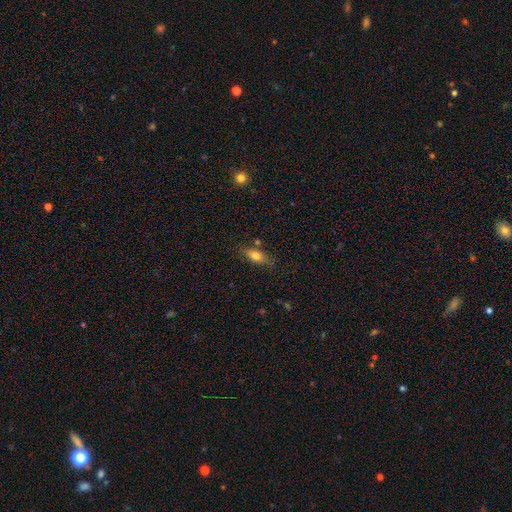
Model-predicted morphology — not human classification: Q: Smooth or featured?
A: smooth (72%); runner-up: featured or disk (20%)
Q: How rounded?
A: in between (76%); runner-up: cigar-shaped (19%)
Q: Merging?
A: none (75%); runner-up: minor disturbance (16%)